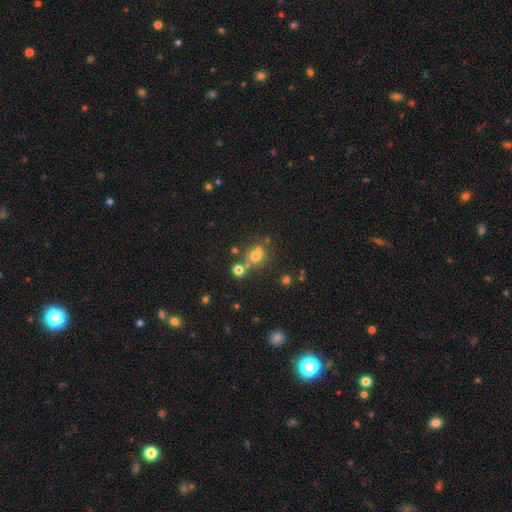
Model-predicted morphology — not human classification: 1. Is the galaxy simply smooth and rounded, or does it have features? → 64% smooth, 21% star or artifact, 15% featured or disk.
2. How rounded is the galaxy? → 77% round, 22% in between, 1% cigar-shaped.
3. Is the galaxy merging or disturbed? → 53% none, 29% merger, 12% minor disturbance, 6% major disturbance.